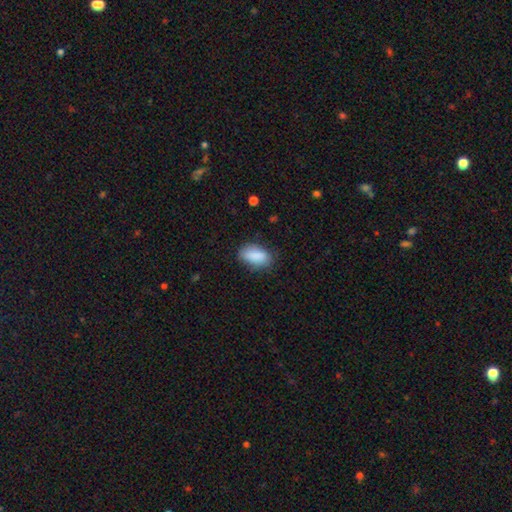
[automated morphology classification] Q: Smooth or featured?
A: smooth (88%); runner-up: star or artifact (7%)
Q: How rounded?
A: in between (91%); runner-up: cigar-shaped (5%)
Q: Merging?
A: none (77%); runner-up: minor disturbance (18%)